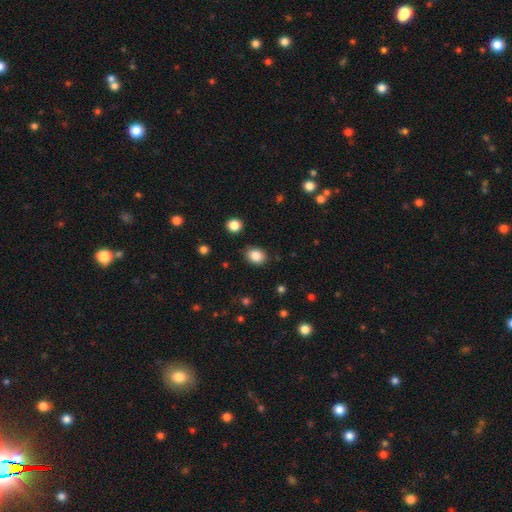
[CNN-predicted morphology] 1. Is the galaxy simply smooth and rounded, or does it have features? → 86% smooth, 9% star or artifact, 5% featured or disk.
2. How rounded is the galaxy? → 54% in between, 45% round, 1% cigar-shaped.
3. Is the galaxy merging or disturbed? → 87% none, 9% minor disturbance, 2% major disturbance, 2% merger.